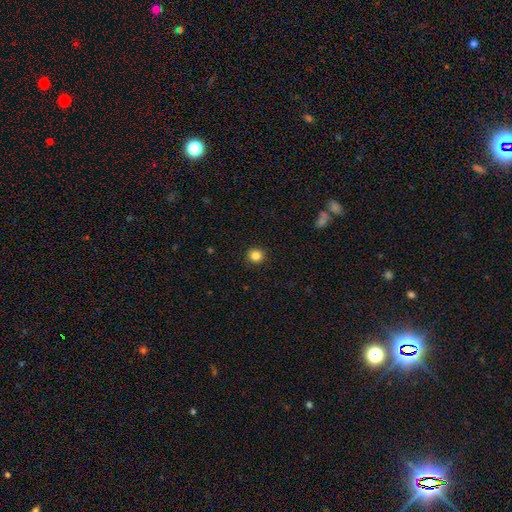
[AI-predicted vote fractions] Smooth or featured? smooth (84%)
How rounded? round (90%)
Merging? none (92%)